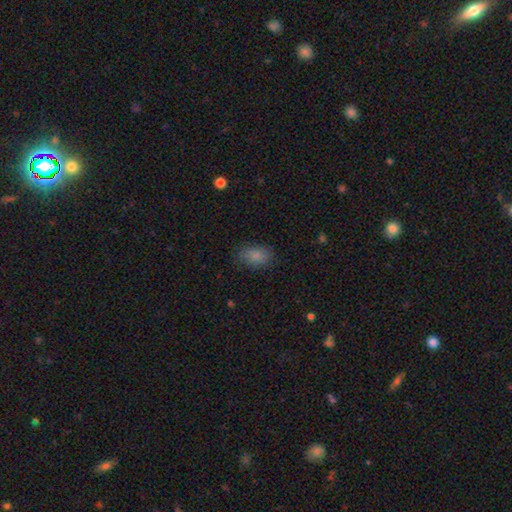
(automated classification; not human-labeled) A smooth galaxy with no disk features (84%) that is in between round and cigar-shaped (88%). Merging: none (79%).